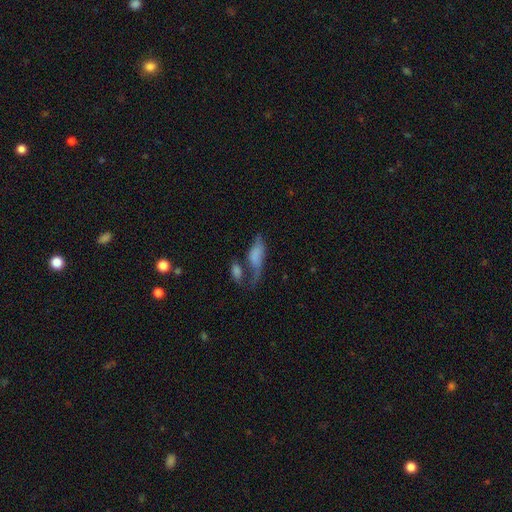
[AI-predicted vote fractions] smooth 64%, featured or disk 26%, star or artifact 10%. Down the decision tree: how rounded — in between (77%); merging — merger (39%).